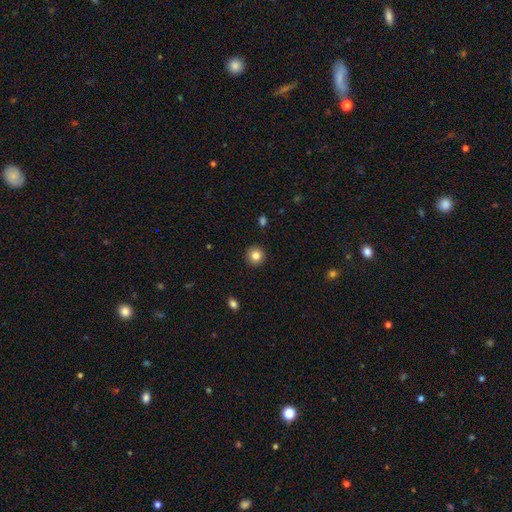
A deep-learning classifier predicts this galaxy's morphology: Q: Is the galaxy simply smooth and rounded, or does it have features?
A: smooth — 83%.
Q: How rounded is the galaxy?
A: round — 95%.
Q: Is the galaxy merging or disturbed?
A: none — 92%.